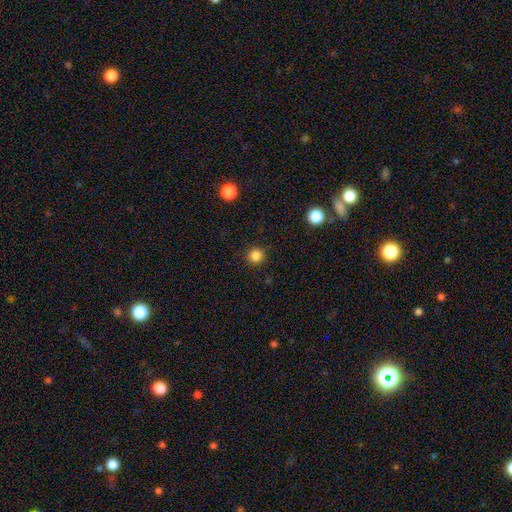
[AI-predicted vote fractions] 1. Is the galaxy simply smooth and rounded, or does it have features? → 84% smooth, 12% star or artifact, 3% featured or disk.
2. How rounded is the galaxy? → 95% round, 4% in between, 1% cigar-shaped.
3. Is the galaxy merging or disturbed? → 91% none, 6% minor disturbance, 2% major disturbance, 1% merger.